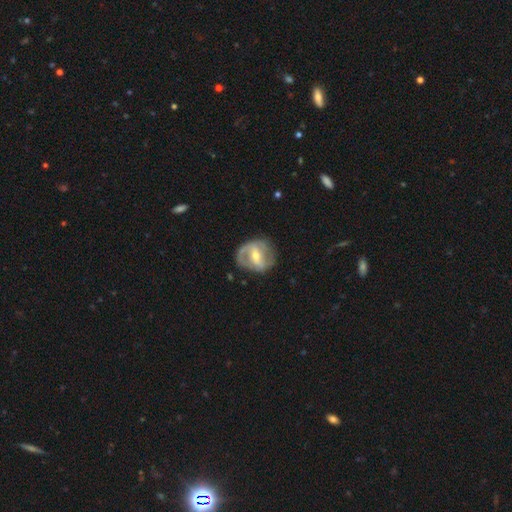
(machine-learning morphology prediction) Smooth or featured? Predicted: featured or disk (p=0.74). Edge-on disk? Predicted: no (p=0.97). Bar? Predicted: weak (p=0.42). Spiral arms? Predicted: yes (p=0.77). Spiral winding? Predicted: medium (p=0.45). Spiral arm count? Predicted: 2 (p=0.70). Bulge size? Predicted: moderate (p=0.53). Merging? Predicted: none (p=0.65).